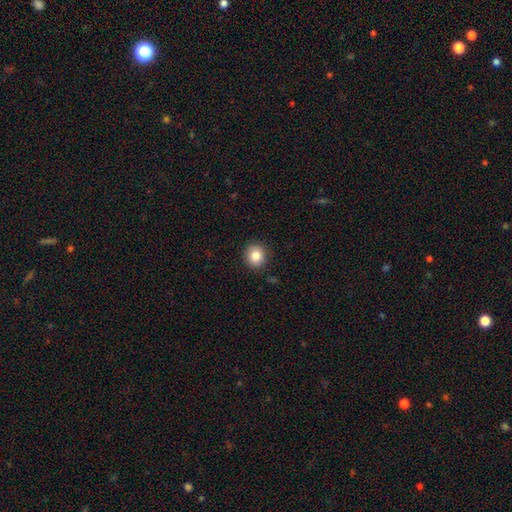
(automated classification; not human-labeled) Smooth or featured?
  - smooth: 85% *
  - star or artifact: 9%
  - featured or disk: 6%
How rounded?
  - round: 88% *
  - in between: 11%
  - cigar-shaped: 1%
Merging?
  - none: 90% *
  - minor disturbance: 7%
  - major disturbance: 2%
  - merger: 1%